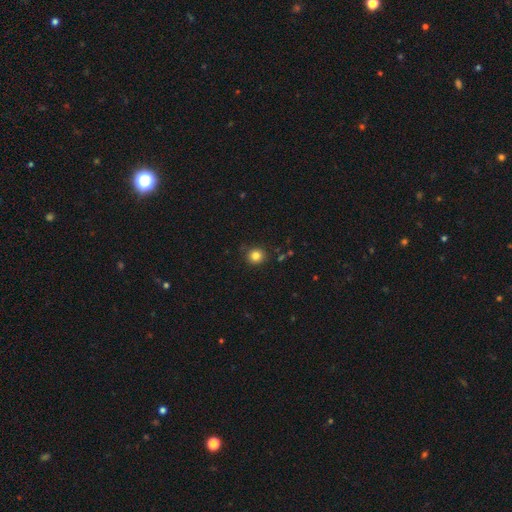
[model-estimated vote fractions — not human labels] smooth_or_featured: smooth (p=0.83) [alt: star or artifact p=0.12]
how_rounded: round (p=0.88) [alt: in between p=0.11]
merging: none (p=0.85) [alt: minor disturbance p=0.11]